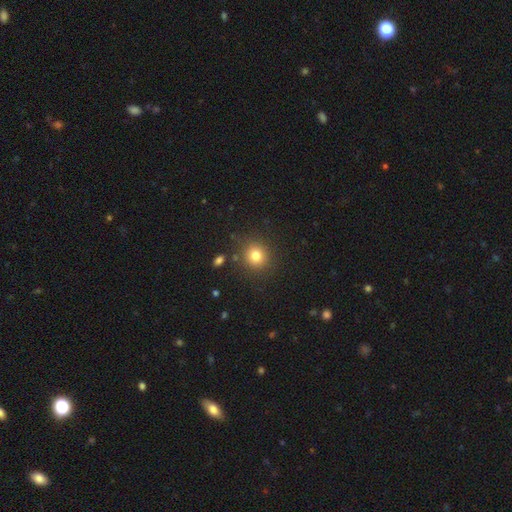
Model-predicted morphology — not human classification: This appears to be a smooth galaxy with no disk features (80%) that is round (87%). Merging: none (85%).